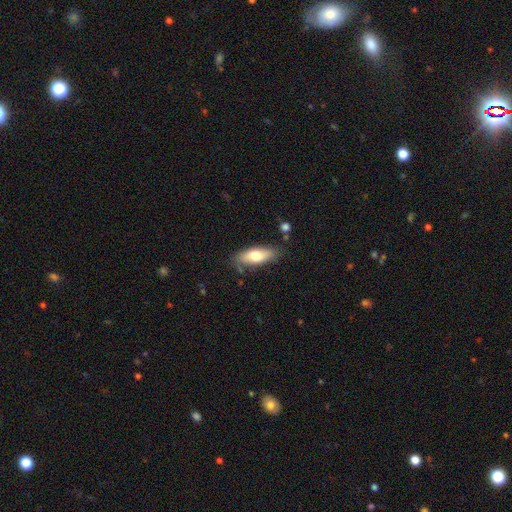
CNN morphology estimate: A smooth galaxy with no disk features (71%) that is in between round and cigar-shaped (71%).

Vote fractions:
- Smooth or featured? smooth: 71% / featured or disk: 23% / star or artifact: 6%
- How rounded? in between: 71% / cigar-shaped: 26% / round: 2%
- Merging? none: 77% / minor disturbance: 17% / major disturbance: 3% / merger: 3%